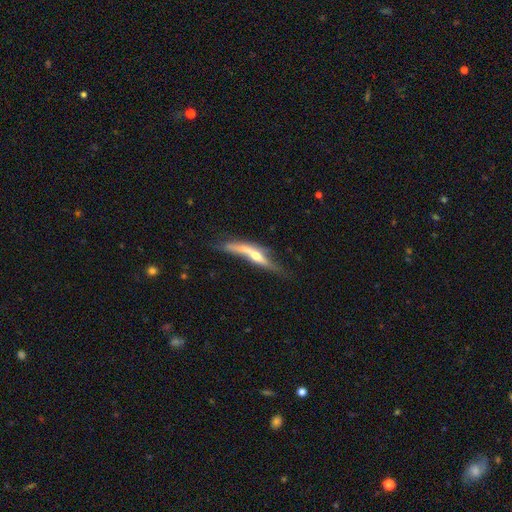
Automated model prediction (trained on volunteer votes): Overall: featured or disk (64%; smooth 30%). Edge-on disk: yes (75%). Merging: none (38%; minor disturbance 29%).